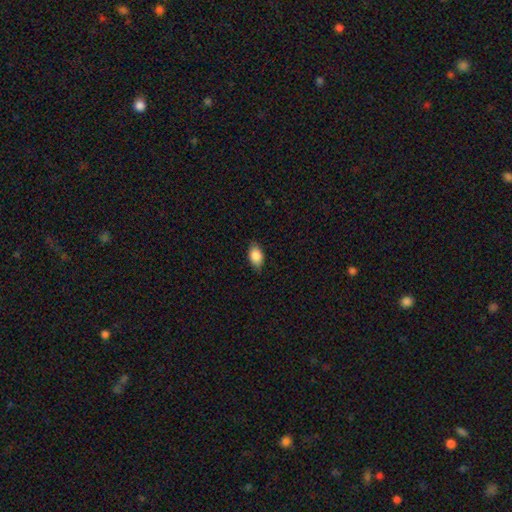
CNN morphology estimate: A smooth galaxy with no disk features (87%) that is in between round and cigar-shaped (89%).

Vote fractions:
- Smooth or featured? smooth: 87% / star or artifact: 7% / featured or disk: 6%
- How rounded? in between: 89% / round: 9% / cigar-shaped: 2%
- Merging? none: 81% / minor disturbance: 15% / major disturbance: 3% / merger: 1%